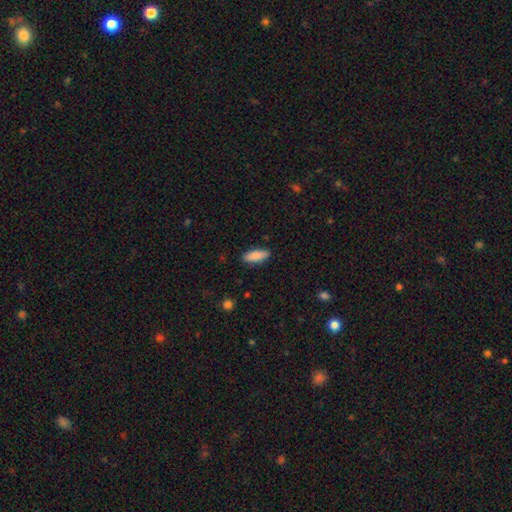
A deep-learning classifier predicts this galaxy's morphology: Q: Smooth or featured?
A: smooth (88%); runner-up: star or artifact (6%)
Q: How rounded?
A: in between (75%); runner-up: cigar-shaped (23%)
Q: Merging?
A: none (87%); runner-up: minor disturbance (10%)